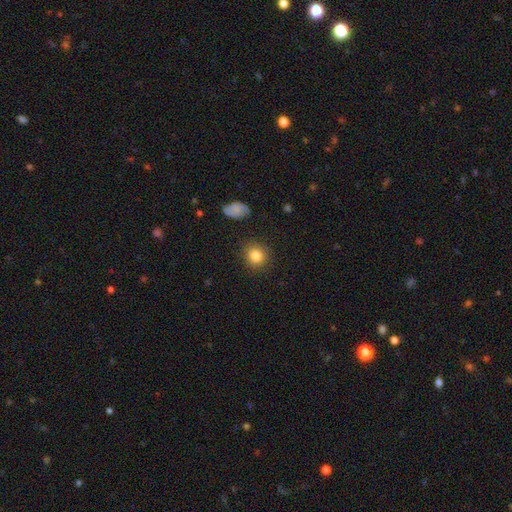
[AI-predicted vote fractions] Smooth or featured? Predicted: smooth (p=0.84). How rounded? Predicted: round (p=0.87). Merging? Predicted: none (p=0.87).